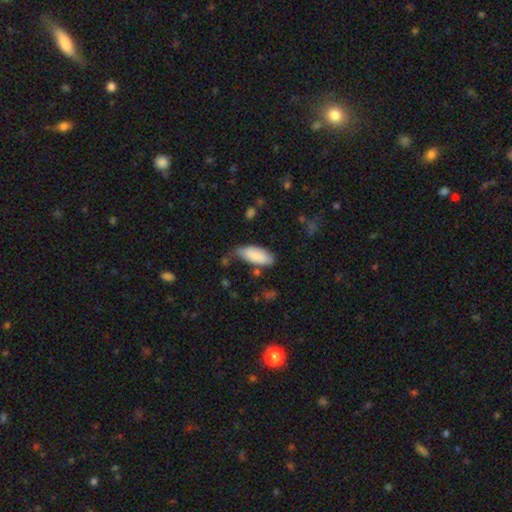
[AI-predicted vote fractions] A smooth galaxy with no disk features (84%) that is in between round and cigar-shaped (85%).

Vote fractions:
- Smooth or featured? smooth: 84% / featured or disk: 10% / star or artifact: 6%
- How rounded? in between: 85% / cigar-shaped: 13% / round: 2%
- Merging? none: 51% / minor disturbance: 34% / major disturbance: 9% / merger: 5%